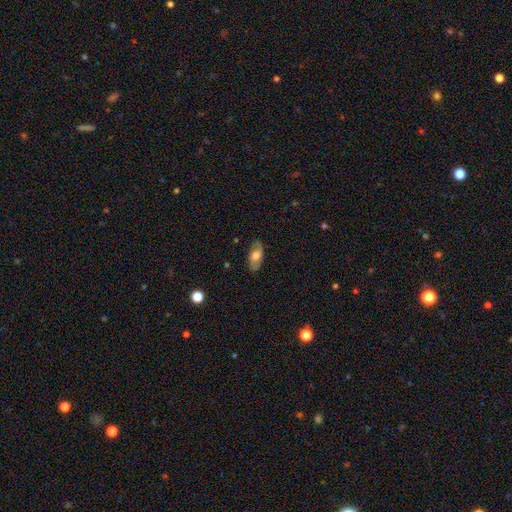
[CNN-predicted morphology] Smooth or featured?
  - smooth: 56% *
  - featured or disk: 37%
  - star or artifact: 7%
How rounded?
  - in between: 88% *
  - cigar-shaped: 8%
  - round: 4%
Merging?
  - none: 81% *
  - minor disturbance: 14%
  - major disturbance: 3%
  - merger: 1%